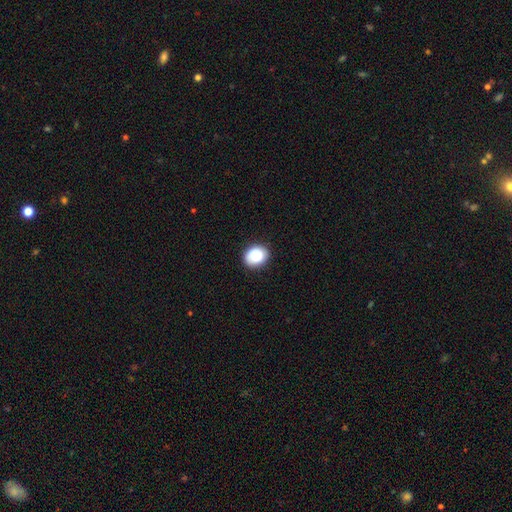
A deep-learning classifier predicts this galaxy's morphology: A smooth galaxy with no disk features (84%) that is round (56%).

Vote fractions:
- Smooth or featured? smooth: 84% / star or artifact: 8% / featured or disk: 8%
- How rounded? round: 56% / in between: 44% / cigar-shaped: 1%
- Merging? none: 87% / minor disturbance: 10% / major disturbance: 2% / merger: 1%